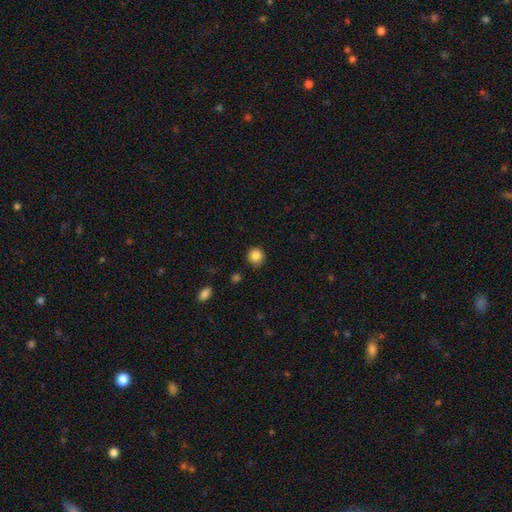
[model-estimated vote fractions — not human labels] Smooth or featured?
  - smooth: 85% *
  - star or artifact: 10%
  - featured or disk: 5%
How rounded?
  - round: 93% *
  - in between: 6%
  - cigar-shaped: 1%
Merging?
  - none: 85% *
  - minor disturbance: 11%
  - major disturbance: 2%
  - merger: 2%